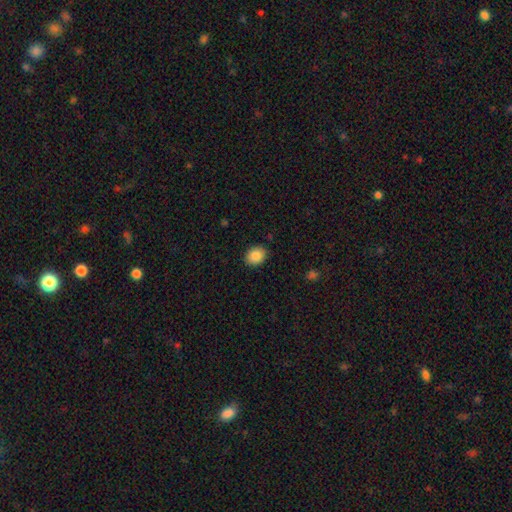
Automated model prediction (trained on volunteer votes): Smooth or featured? Predicted: smooth (p=0.87). How rounded? Predicted: in between (p=0.51). Merging? Predicted: none (p=0.88).